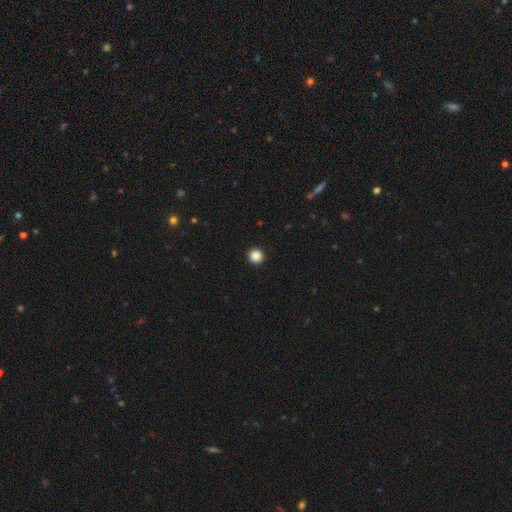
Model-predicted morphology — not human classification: This is clearly a smooth galaxy (87%). How rounded: clearly round (96%). Merging: clearly none (94%).